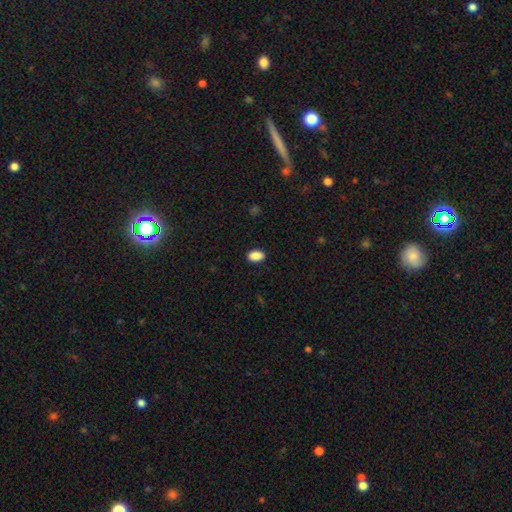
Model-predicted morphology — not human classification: This appears to be a smooth galaxy with no disk features (89%) that is in between round and cigar-shaped (91%). Merging: none (89%).